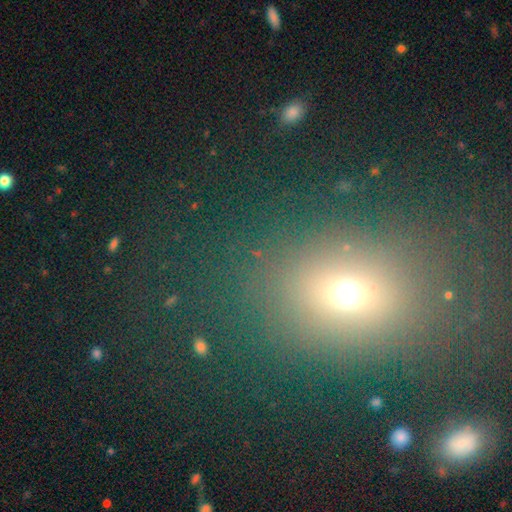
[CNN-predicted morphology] Overall: smooth (57%; star or artifact 31%). How rounded: round (52%; in between 45%). Merging: none (77%).